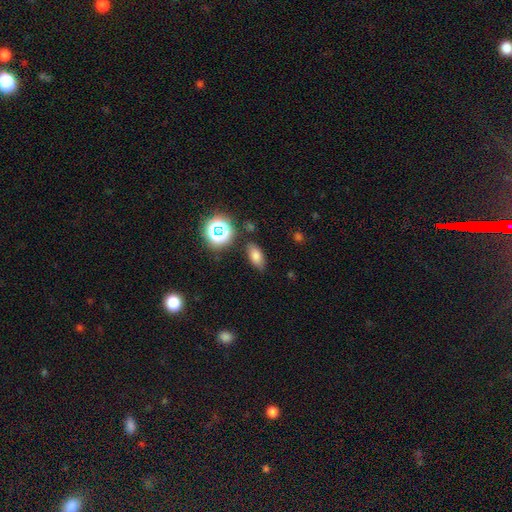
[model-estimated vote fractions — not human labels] The model was most divided on "smooth or featured": smooth: 74%, star or artifact: 16%, featured or disk: 10%. More confident: how rounded — in between (85%); merging — none (81%).